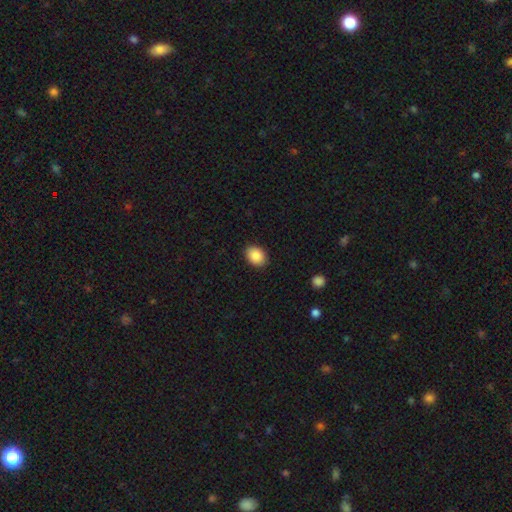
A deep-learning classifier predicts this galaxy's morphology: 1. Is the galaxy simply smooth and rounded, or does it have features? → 89% smooth, 7% star or artifact, 4% featured or disk.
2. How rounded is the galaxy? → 70% in between, 29% round, 1% cigar-shaped.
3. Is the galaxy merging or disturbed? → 89% none, 8% minor disturbance, 2% major disturbance, 1% merger.